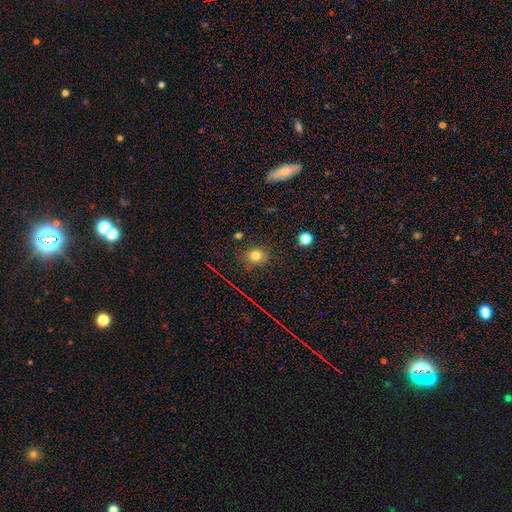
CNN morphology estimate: This appears to be a smooth galaxy with no disk features (75%) that is round (68%). Merging: none (81%).